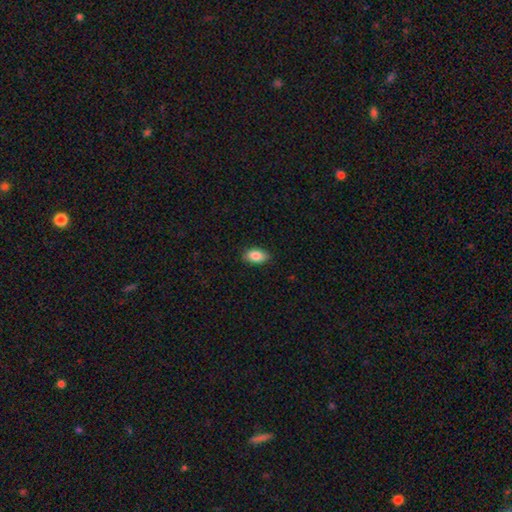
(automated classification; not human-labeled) The model was most divided on "merging": none: 86%, minor disturbance: 11%, major disturbance: 2%, merger: 1%. More confident: how rounded — in between (91%); smooth or featured — smooth (87%).